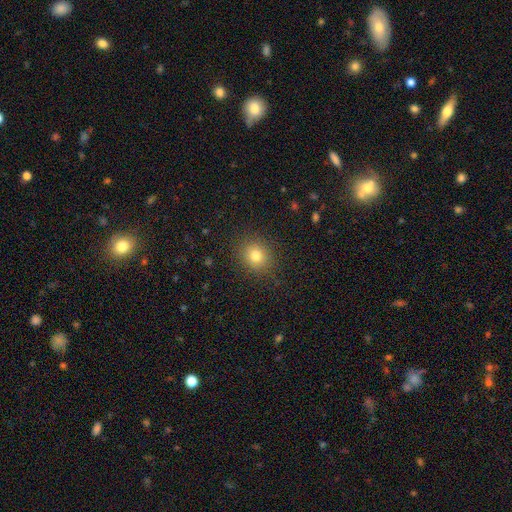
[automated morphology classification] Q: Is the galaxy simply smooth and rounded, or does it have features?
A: smooth — 79%.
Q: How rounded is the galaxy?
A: round — 76%.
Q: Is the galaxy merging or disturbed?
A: none — 87%.